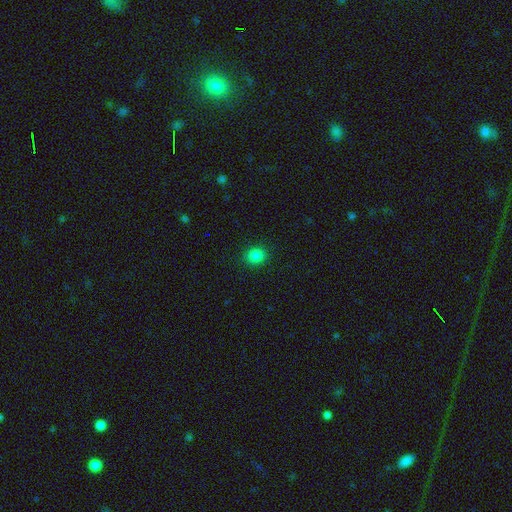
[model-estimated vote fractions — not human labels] smooth_or_featured: smooth (p=0.84) [alt: star or artifact p=0.13]
how_rounded: round (p=0.72) [alt: in between p=0.27]
merging: none (p=0.90) [alt: minor disturbance p=0.07]